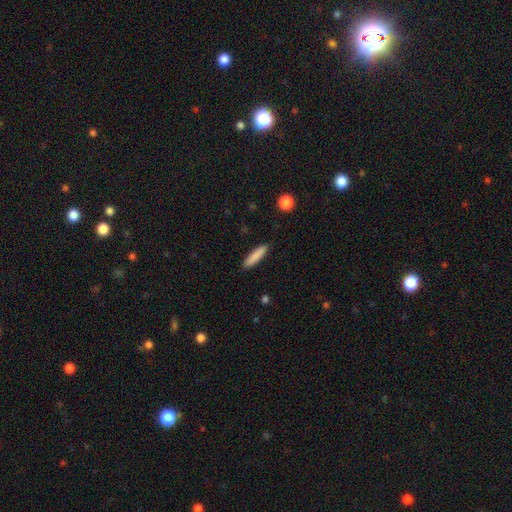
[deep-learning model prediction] Morphology: type=smooth (85%); roundness=cigar-shaped (84%); merging=none (89%).